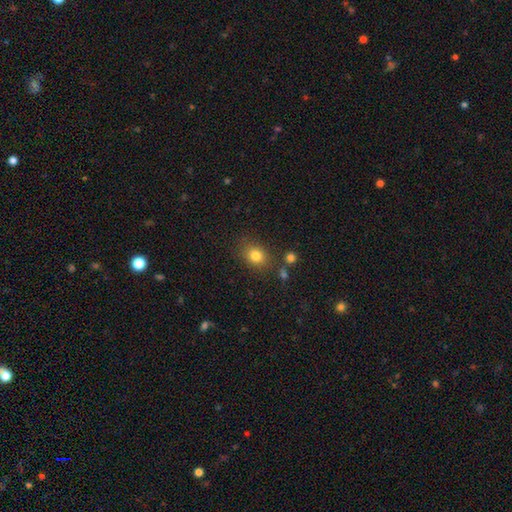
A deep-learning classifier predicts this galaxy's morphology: smooth_or_featured: smooth (p=0.80) [alt: star or artifact p=0.12]
how_rounded: round (p=0.58) [alt: in between p=0.41]
merging: none (p=0.79) [alt: minor disturbance p=0.12]